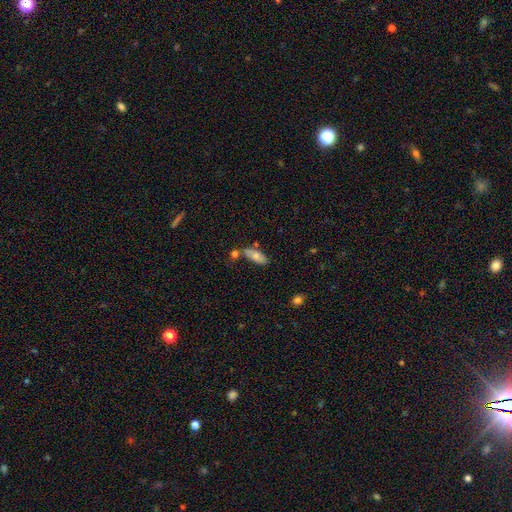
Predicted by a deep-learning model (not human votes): A smooth galaxy with no disk features (74%) that is in between round and cigar-shaped (77%).

Vote fractions:
- Smooth or featured? smooth: 74% / featured or disk: 18% / star or artifact: 7%
- How rounded? in between: 77% / cigar-shaped: 20% / round: 3%
- Merging? none: 56% / merger: 21% / minor disturbance: 18% / major disturbance: 5%